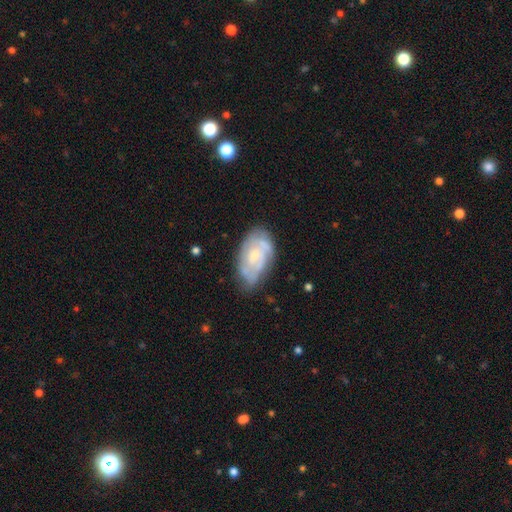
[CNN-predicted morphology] featured or disk 75%, smooth 19%, star or artifact 6%. Down the decision tree: edge-on disk — no (96%); bar — no (70%); spiral arms — yes (86%); spiral arm count — can't tell (39%); spiral winding — tight (59%); bulge size — small (61%); merging — none (66%).